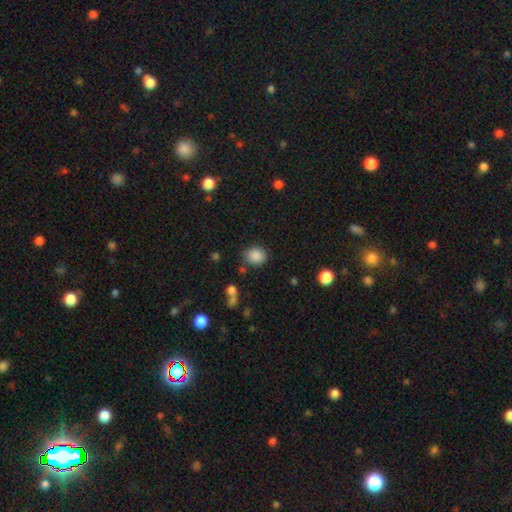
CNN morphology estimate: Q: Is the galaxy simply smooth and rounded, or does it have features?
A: smooth — 87%.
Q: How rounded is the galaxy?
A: round — 63%.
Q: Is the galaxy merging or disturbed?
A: none — 81%.